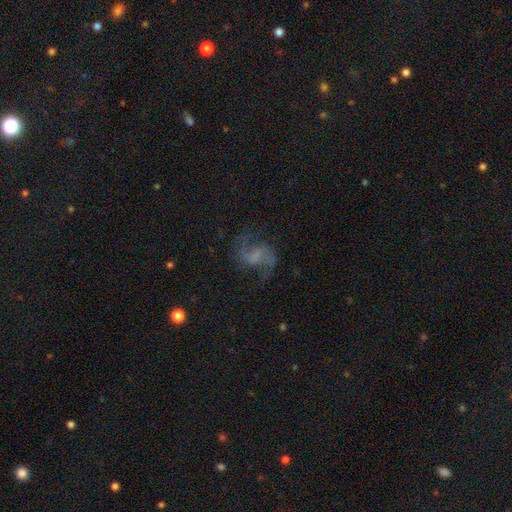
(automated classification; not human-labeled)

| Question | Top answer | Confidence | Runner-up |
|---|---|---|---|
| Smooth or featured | featured or disk | 81% | star or artifact (10%) |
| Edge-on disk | no | 98% | yes (2%) |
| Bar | weak | 49% | no (31%) |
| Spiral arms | yes | 95% | no (5%) |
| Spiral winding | loose | 52% | medium (41%) |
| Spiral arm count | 2 | 91% | can't tell (3%) |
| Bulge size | none | 55% | small (26%) |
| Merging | none | 70% | minor disturbance (15%) |